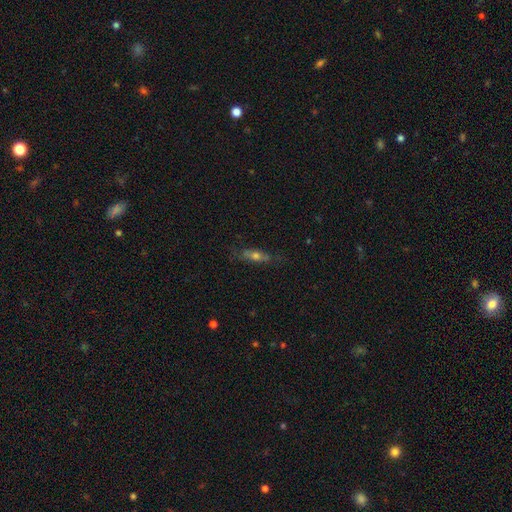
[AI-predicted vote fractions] A featured or disk galaxy (45%).

Vote fractions:
- Smooth or featured? featured or disk: 45% / smooth: 44% / star or artifact: 11%
- Merging? none: 69% / minor disturbance: 21% / major disturbance: 8% / merger: 2%